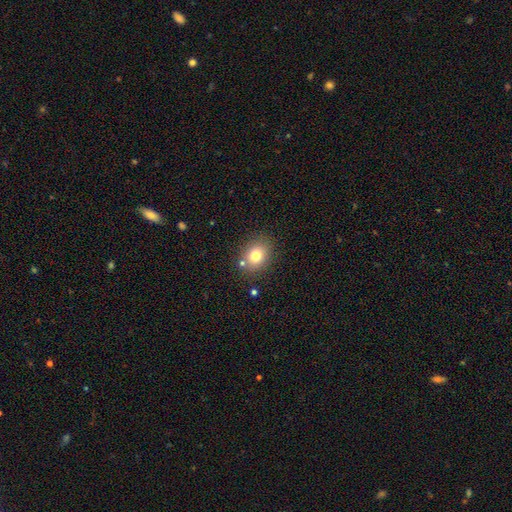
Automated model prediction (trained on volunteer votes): A smooth galaxy with no disk features (77%) that is round (53%). Merging: none (79%).